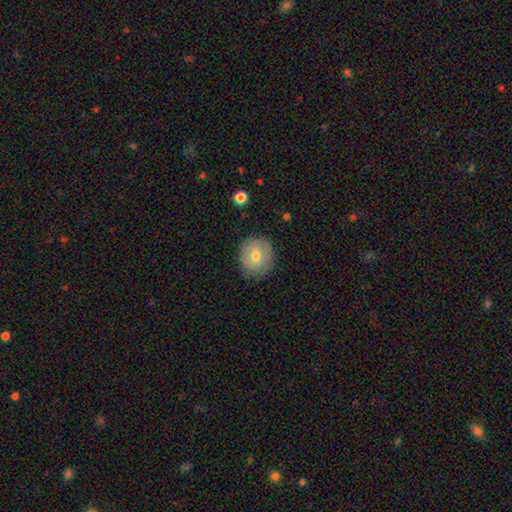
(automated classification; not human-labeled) A smooth galaxy with no disk features (66%) that is round (85%).

Vote fractions:
- Smooth or featured? smooth: 66% / featured or disk: 25% / star or artifact: 8%
- How rounded? round: 85% / in between: 14% / cigar-shaped: 1%
- Merging? none: 83% / minor disturbance: 12% / major disturbance: 3% / merger: 1%